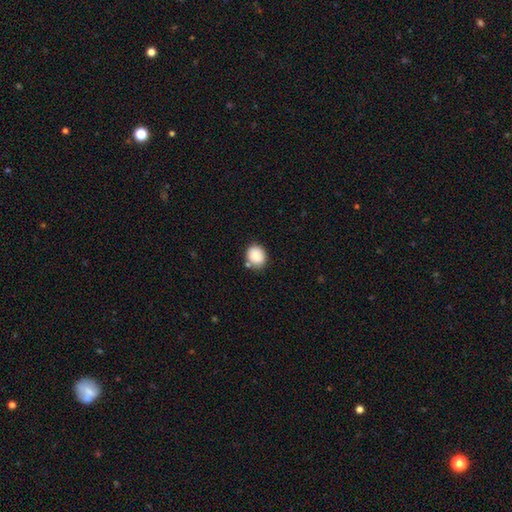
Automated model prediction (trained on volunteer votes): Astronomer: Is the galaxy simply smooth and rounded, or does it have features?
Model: smooth — 86%.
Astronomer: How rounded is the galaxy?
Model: round — 70%.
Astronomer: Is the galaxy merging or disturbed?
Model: none — 77%.